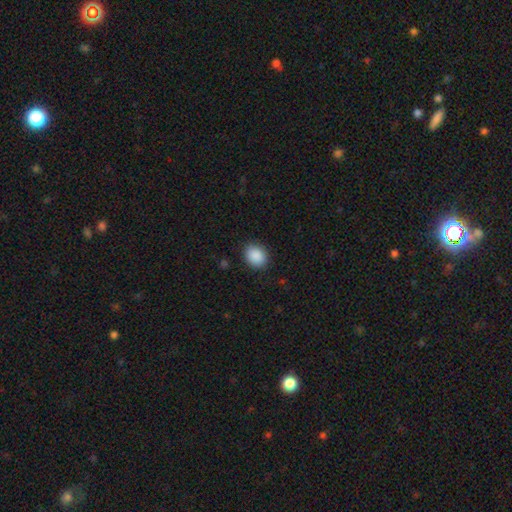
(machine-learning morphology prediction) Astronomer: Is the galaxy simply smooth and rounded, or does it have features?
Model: smooth — 90%.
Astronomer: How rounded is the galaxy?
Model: in between — 53% (runner-up: round, 47%).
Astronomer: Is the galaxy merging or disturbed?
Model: none — 88%.